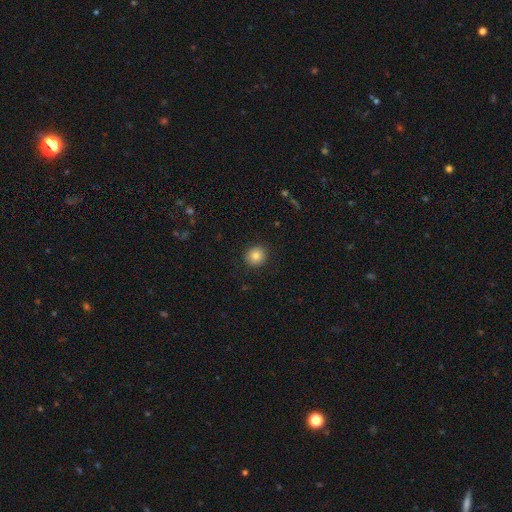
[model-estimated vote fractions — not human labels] A smooth galaxy with no disk features (83%) that is round (91%). Merging: none (90%).